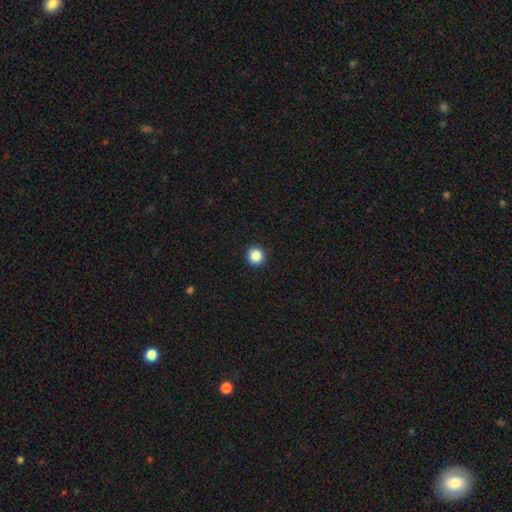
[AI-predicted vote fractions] smooth-or-featured: smooth: 87% | star or artifact: 10% | featured or disk: 3%
  how-rounded: round: 94% | in between: 5% | cigar-shaped: 1%
  merging: none: 93% | minor disturbance: 5% | major disturbance: 2% | merger: 1%